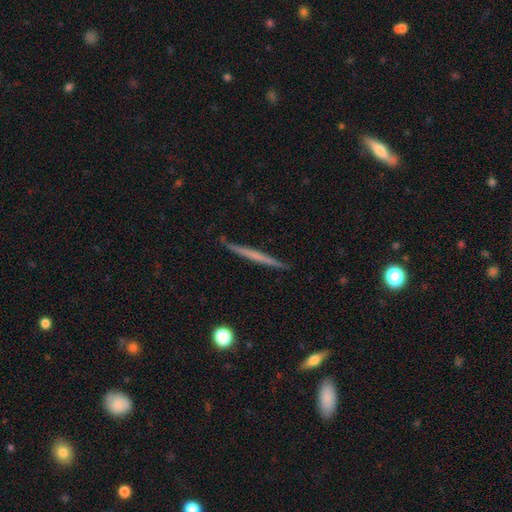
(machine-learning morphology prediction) Smooth or featured? featured or disk (52%)
Edge-on disk? yes (98%)
Edge-on bulge? none (86%)
Merging? none (90%)